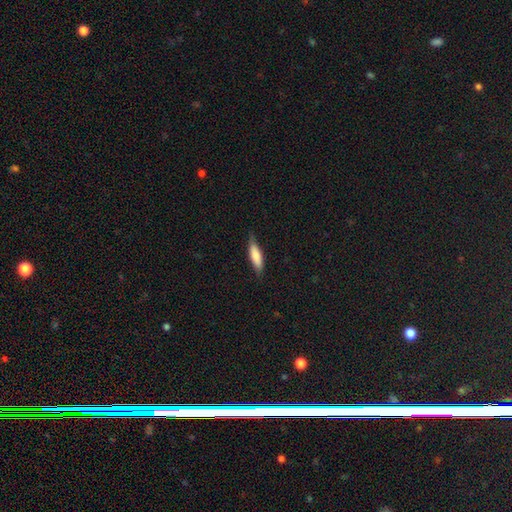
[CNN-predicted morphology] This is likely a smooth galaxy (76%). How rounded: possibly cigar-shaped (58%). Merging: likely none (74%).